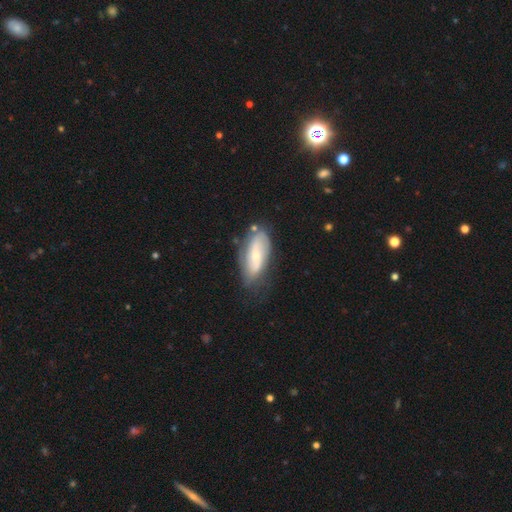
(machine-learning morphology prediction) type=featured or disk (55%); edge-on=no (86%); merging=none (65%).